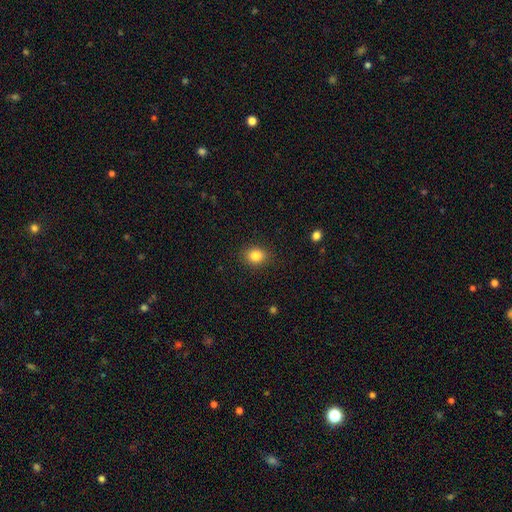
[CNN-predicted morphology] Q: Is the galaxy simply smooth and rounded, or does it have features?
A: smooth — 83%.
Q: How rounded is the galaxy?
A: round — 61%.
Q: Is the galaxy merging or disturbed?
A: none — 89%.